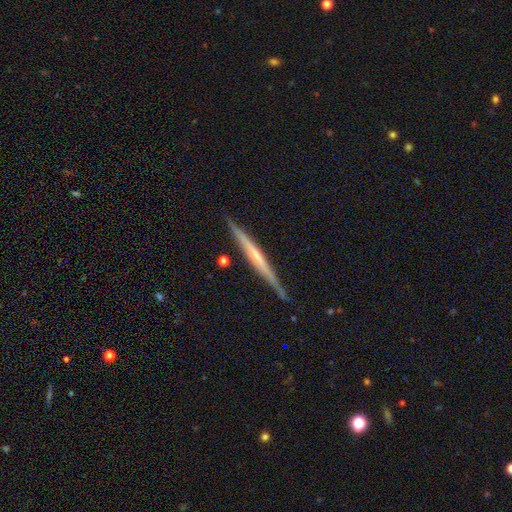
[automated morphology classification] Overall: featured or disk (72%). Edge-on disk: yes (98%). Edge-on bulge: none (49%; rounded 42%). Merging: none (86%).